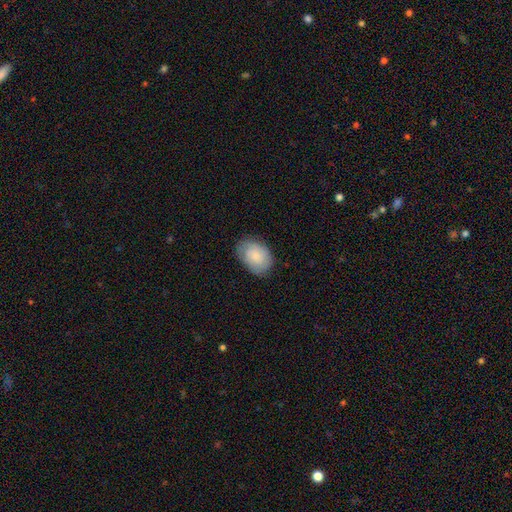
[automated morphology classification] Smooth or featured? Predicted: smooth (p=0.75). How rounded? Predicted: in between (p=0.80). Merging? Predicted: none (p=0.77).